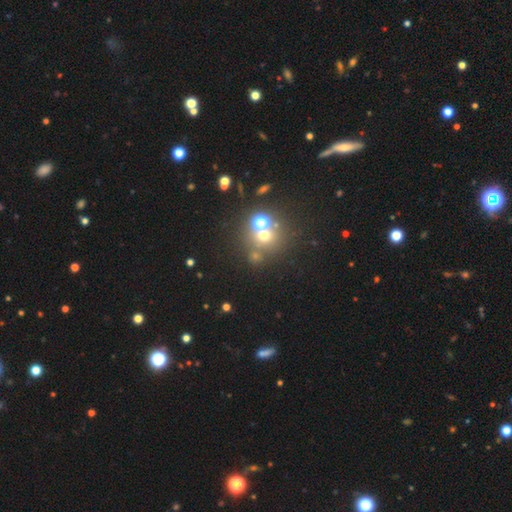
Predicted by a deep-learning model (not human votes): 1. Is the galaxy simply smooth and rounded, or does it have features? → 45% smooth, 40% star or artifact, 15% featured or disk.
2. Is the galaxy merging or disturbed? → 61% none, 27% merger, 8% minor disturbance, 4% major disturbance.